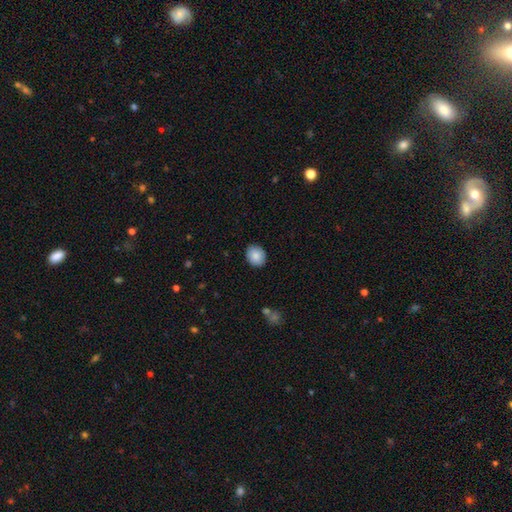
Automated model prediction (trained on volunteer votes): Q: Smooth or featured?
A: smooth (87%); runner-up: star or artifact (7%)
Q: How rounded?
A: round (53%); runner-up: in between (46%)
Q: Merging?
A: none (89%); runner-up: minor disturbance (8%)